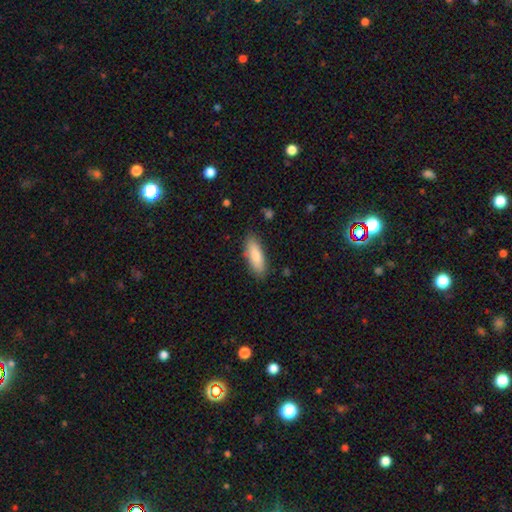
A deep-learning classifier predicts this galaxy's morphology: Smooth or featured? Predicted: smooth (p=0.83). How rounded? Predicted: in between (p=0.61). Merging? Predicted: none (p=0.85).